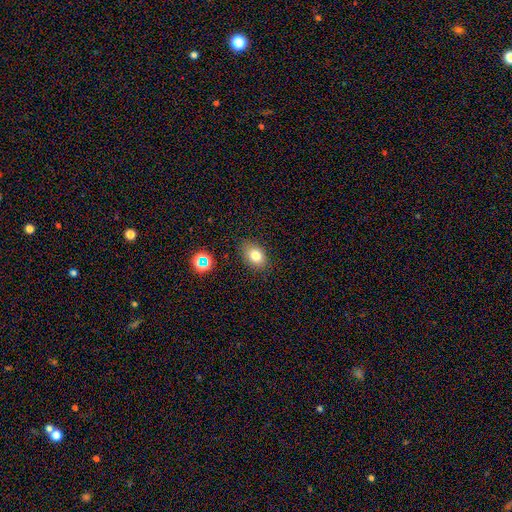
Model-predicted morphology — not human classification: Overall: smooth (79%). How rounded: in between (76%). Merging: none (84%).